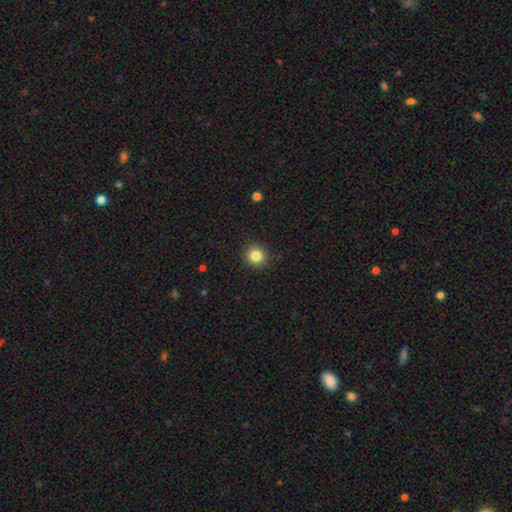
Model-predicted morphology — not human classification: smooth-or-featured: smooth: 84% | star or artifact: 11% | featured or disk: 5%
  how-rounded: round: 92% | in between: 7% | cigar-shaped: 1%
  merging: none: 91% | minor disturbance: 6% | major disturbance: 2% | merger: 1%